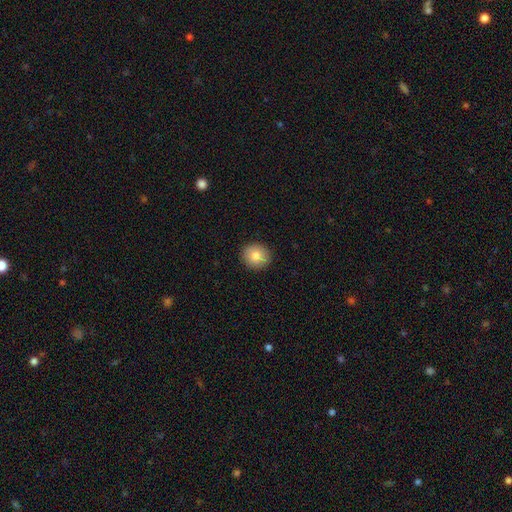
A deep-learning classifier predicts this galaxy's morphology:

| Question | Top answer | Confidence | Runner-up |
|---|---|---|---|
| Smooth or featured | smooth | 83% | featured or disk (9%) |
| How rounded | round | 87% | in between (12%) |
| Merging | none | 92% | minor disturbance (6%) |